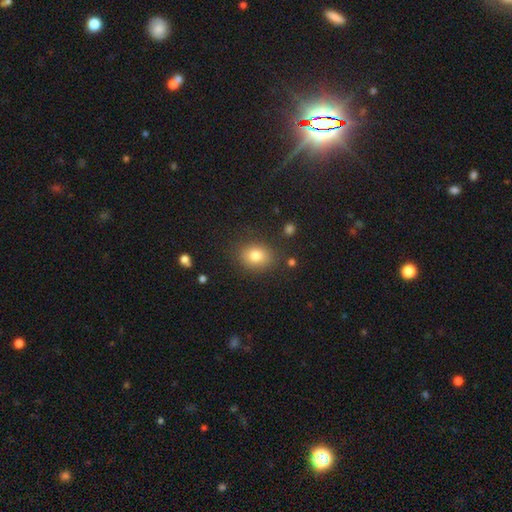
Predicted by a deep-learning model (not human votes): A smooth galaxy with no disk features (80%) that is round (50%).

Vote fractions:
- Smooth or featured? smooth: 80% / star or artifact: 11% / featured or disk: 9%
- How rounded? round: 50% / in between: 49% / cigar-shaped: 1%
- Merging? none: 84% / minor disturbance: 10% / major disturbance: 4% / merger: 2%